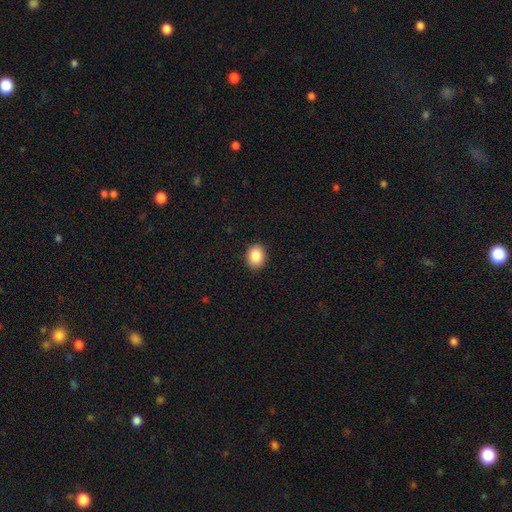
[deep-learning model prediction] Smooth or featured? Predicted: smooth (p=0.88). How rounded? Predicted: in between (p=0.50). Merging? Predicted: none (p=0.89).